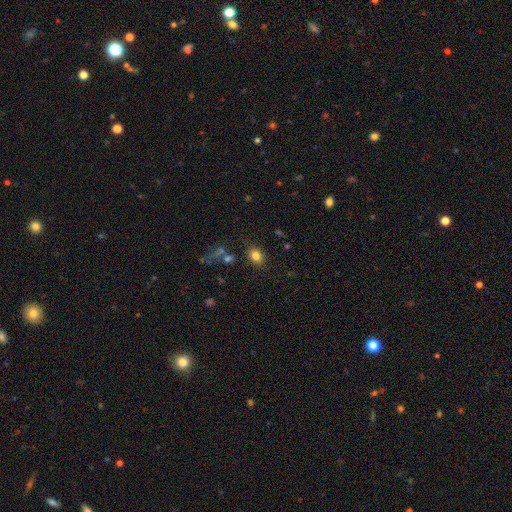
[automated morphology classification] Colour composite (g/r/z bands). It shows a smooth galaxy with no disk features (80%) that is in between round and cigar-shaped (60%). Merging: none (81%).